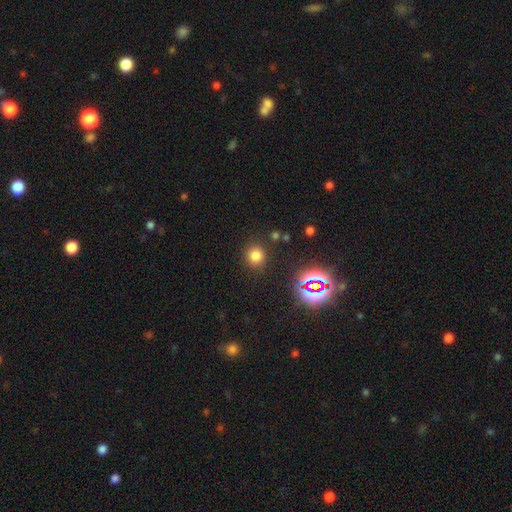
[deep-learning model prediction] Morphology: type=smooth (75%); roundness=round (87%); merging=none (86%).